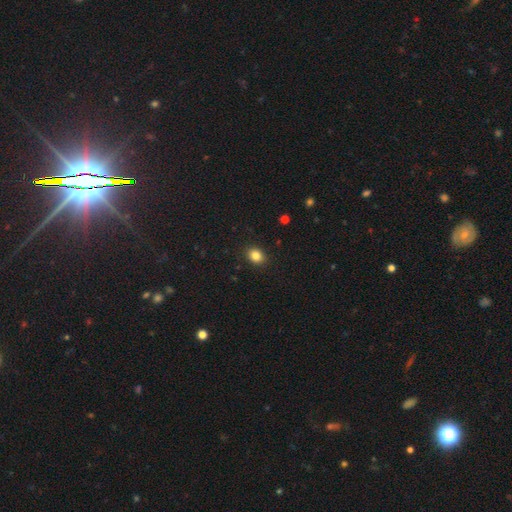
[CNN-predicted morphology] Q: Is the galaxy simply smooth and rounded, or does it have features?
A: smooth — 85%.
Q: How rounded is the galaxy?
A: round — 55%.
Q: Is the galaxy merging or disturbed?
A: none — 90%.